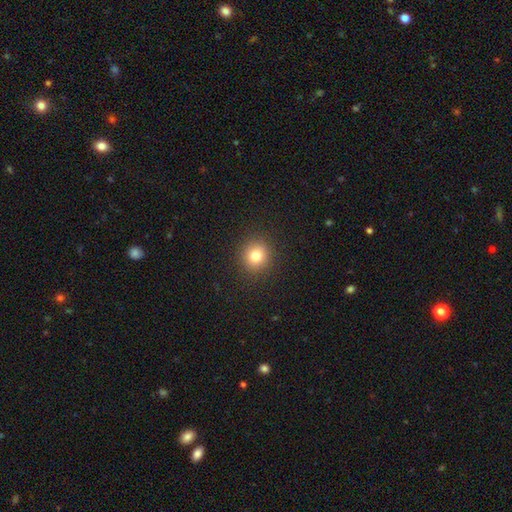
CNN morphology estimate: smooth_or_featured: smooth (p=0.80) [alt: star or artifact p=0.13]
how_rounded: round (p=0.89) [alt: in between p=0.10]
merging: none (p=0.91) [alt: minor disturbance p=0.06]